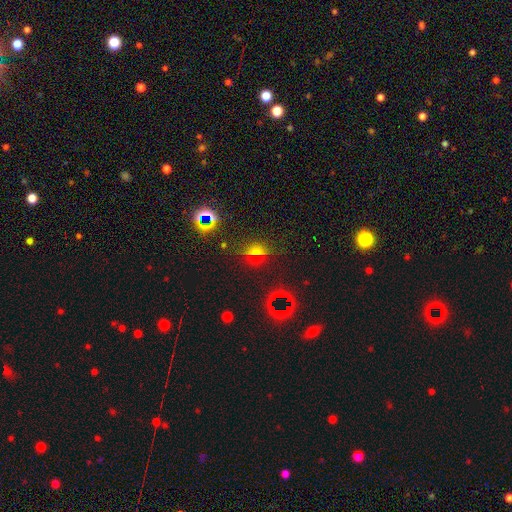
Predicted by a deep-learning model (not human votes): This is possibly a star or artifact rather than a galaxy (49%).